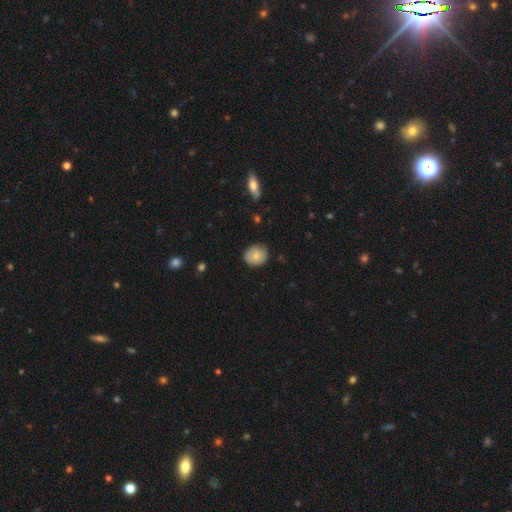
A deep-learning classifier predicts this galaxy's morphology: This appears to be a smooth galaxy with no disk features (75%) that is round (75%). Merging: none (76%).